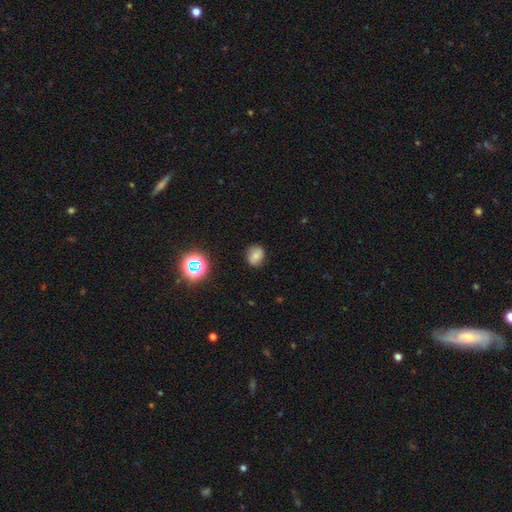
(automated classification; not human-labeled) A smooth galaxy with no disk features (75%) that is round (62%). Merging: none (82%).